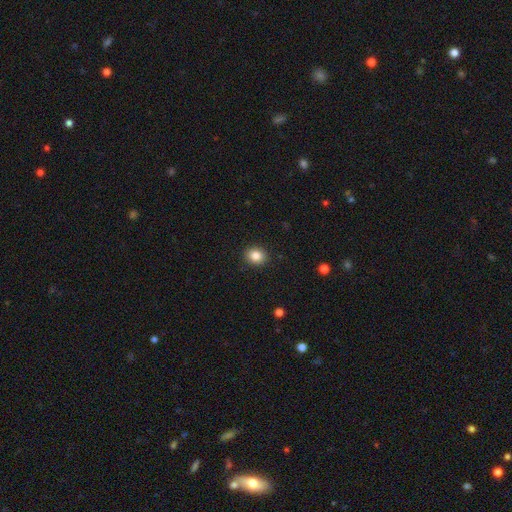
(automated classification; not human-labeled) Smooth or featured? Predicted: smooth (p=0.85). How rounded? Predicted: round (p=0.66). Merging? Predicted: none (p=0.91).